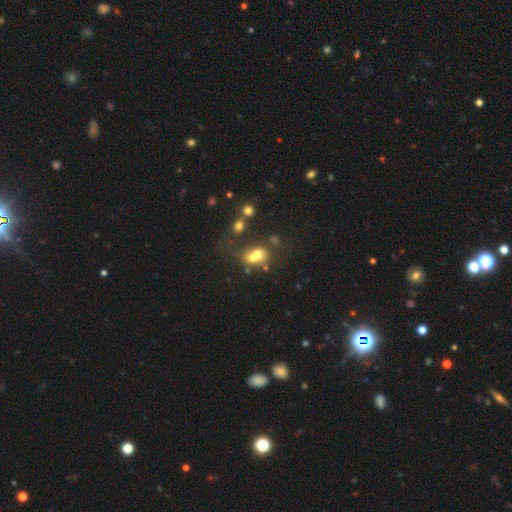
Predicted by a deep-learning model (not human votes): Q: Smooth or featured?
A: smooth (61%); runner-up: featured or disk (24%)
Q: How rounded?
A: round (57%); runner-up: in between (42%)
Q: Merging?
A: merger (61%); runner-up: none (25%)